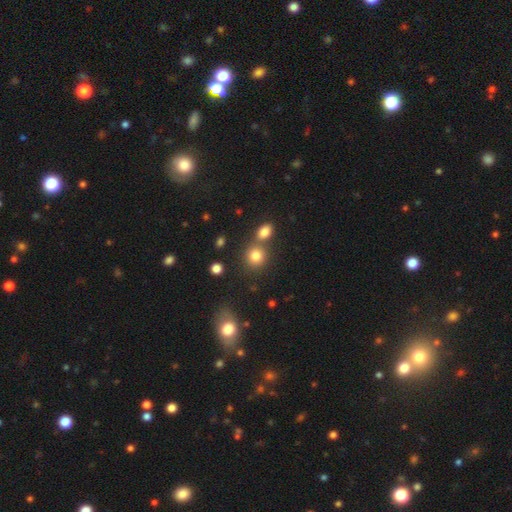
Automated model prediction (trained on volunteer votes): The model was most divided on "merging": none: 62%, merger: 26%, minor disturbance: 9%, major disturbance: 4%. More confident: how rounded — round (82%); smooth or featured — smooth (80%).